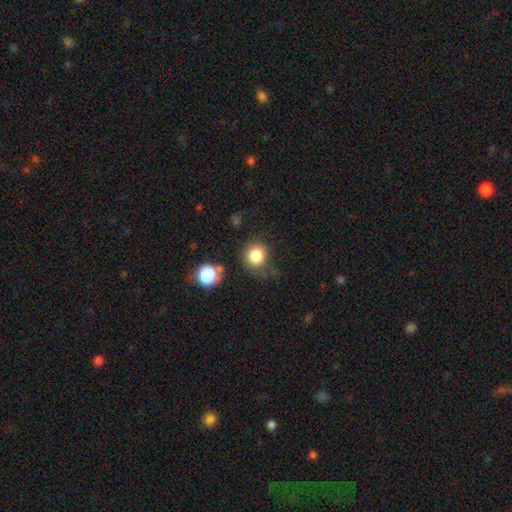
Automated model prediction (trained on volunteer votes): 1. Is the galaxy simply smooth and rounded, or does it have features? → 83% smooth, 12% star or artifact, 5% featured or disk.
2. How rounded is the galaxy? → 90% round, 9% in between, 1% cigar-shaped.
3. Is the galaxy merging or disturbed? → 77% none, 12% minor disturbance, 6% merger, 4% major disturbance.